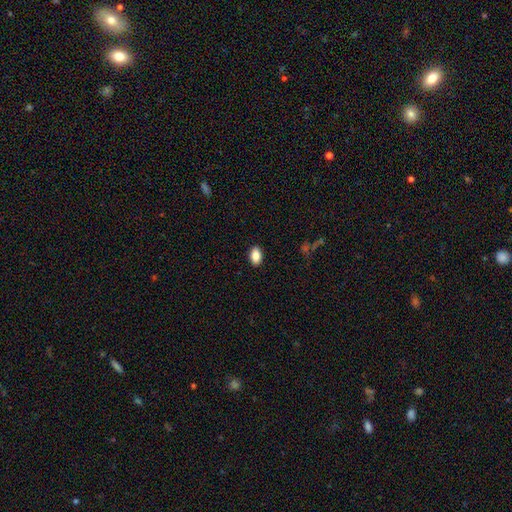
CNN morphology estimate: Smooth or featured? smooth (86%)
How rounded? in between (90%)
Merging? none (89%)